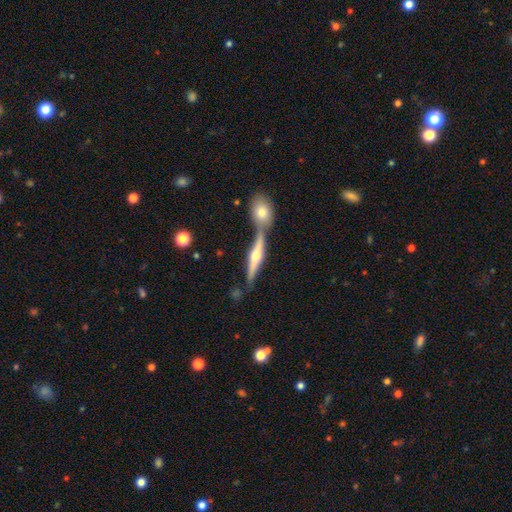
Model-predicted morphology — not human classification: A featured or disk galaxy (66%) viewed edge-on (95%) with a rounded central bulge (92%). Merging: none (55%).